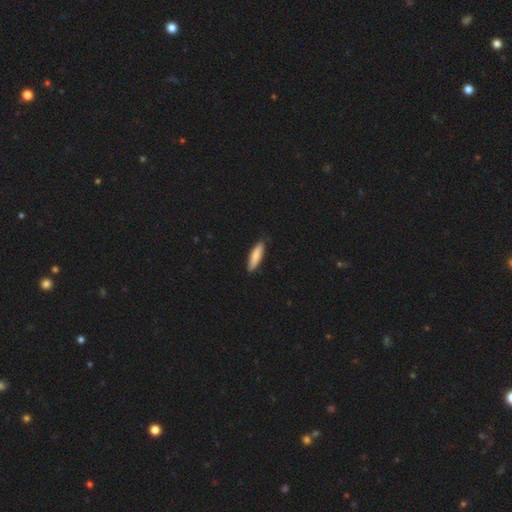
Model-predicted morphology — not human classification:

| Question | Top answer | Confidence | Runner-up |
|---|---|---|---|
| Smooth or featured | smooth | 83% | featured or disk (12%) |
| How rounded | cigar-shaped | 72% | in between (27%) |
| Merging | none | 86% | minor disturbance (11%) |